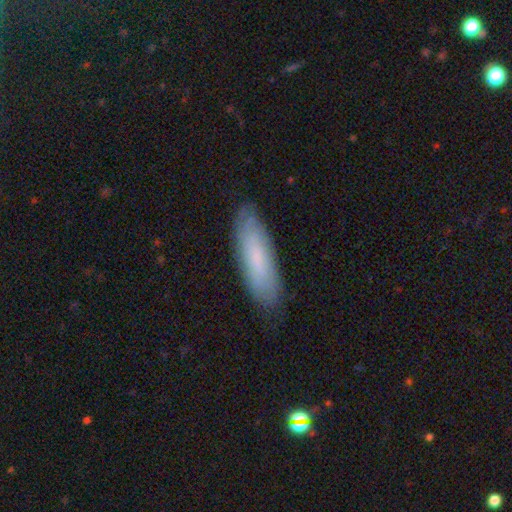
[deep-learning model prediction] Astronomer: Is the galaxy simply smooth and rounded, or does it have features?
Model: smooth — 72%.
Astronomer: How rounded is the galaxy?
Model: cigar-shaped — 55% (runner-up: in between, 44%).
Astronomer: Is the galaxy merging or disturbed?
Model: none — 84%.